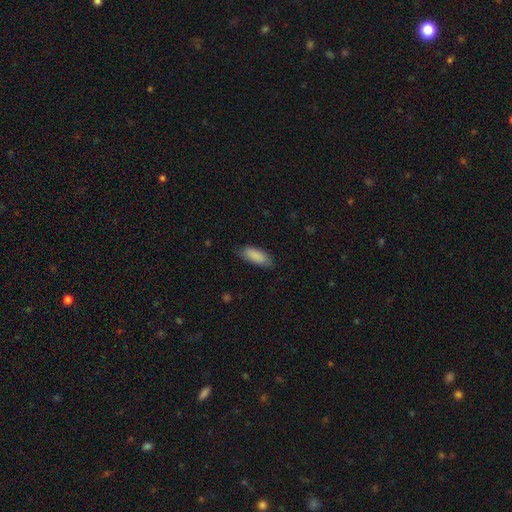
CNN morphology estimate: smooth-or-featured: smooth: 89% | star or artifact: 6% | featured or disk: 5%
  how-rounded: in between: 73% | cigar-shaped: 25% | round: 2%
  merging: none: 80% | minor disturbance: 16% | major disturbance: 3% | merger: 1%